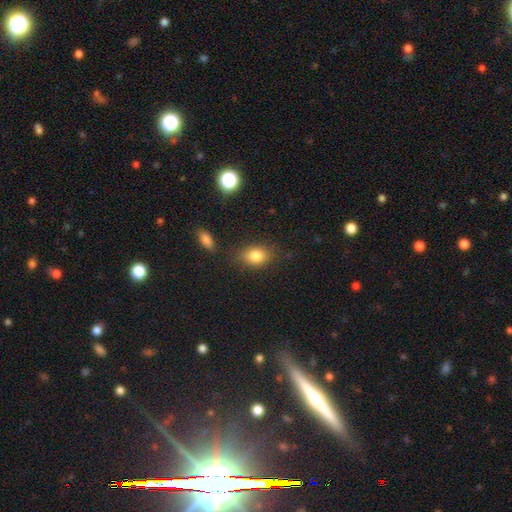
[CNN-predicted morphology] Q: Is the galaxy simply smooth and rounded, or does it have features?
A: smooth — 82%.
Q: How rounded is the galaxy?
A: in between — 73%.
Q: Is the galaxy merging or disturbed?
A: none — 77%.